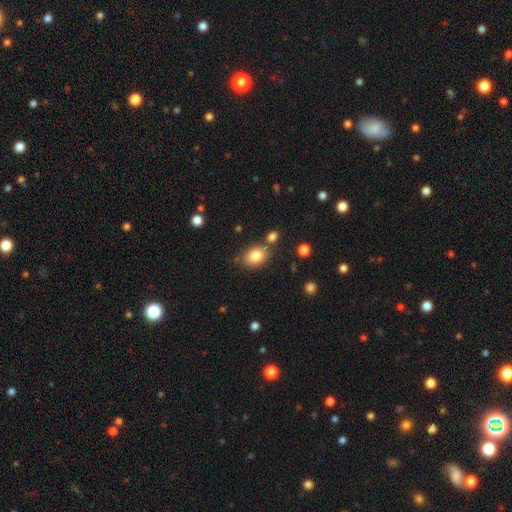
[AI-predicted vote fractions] The model was most divided on "how rounded": in between: 70%, round: 29%, cigar-shaped: 1%. More confident: smooth or featured — smooth (83%); merging — none (72%).